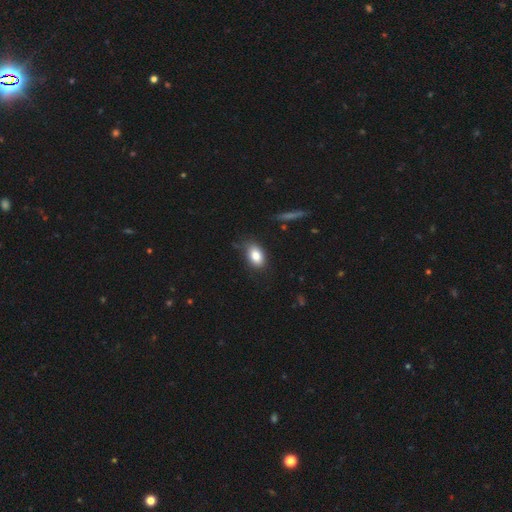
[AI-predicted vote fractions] smooth-or-featured: smooth: 83% | featured or disk: 9% | star or artifact: 8%
  how-rounded: in between: 88% | round: 10% | cigar-shaped: 2%
  merging: none: 75% | minor disturbance: 18% | major disturbance: 4% | merger: 2%